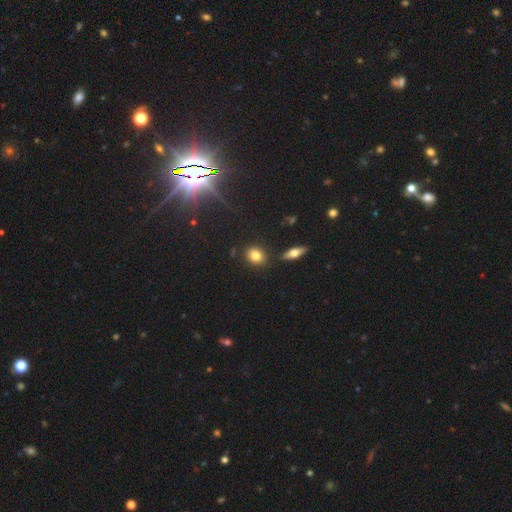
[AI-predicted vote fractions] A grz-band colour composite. It shows a smooth galaxy with no disk features (79%) that is round (53%). Merging: none (83%).